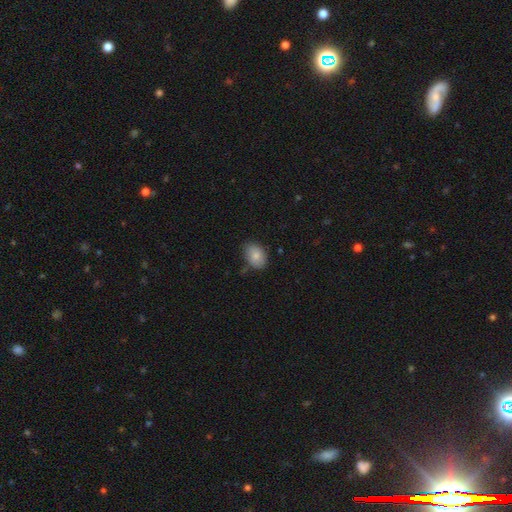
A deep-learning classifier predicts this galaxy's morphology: A smooth galaxy with no disk features (82%) that is in between round and cigar-shaped (80%).

Vote fractions:
- Smooth or featured? smooth: 82% / featured or disk: 10% / star or artifact: 8%
- How rounded? in between: 80% / round: 19% / cigar-shaped: 1%
- Merging? none: 74% / minor disturbance: 20% / major disturbance: 3% / merger: 3%